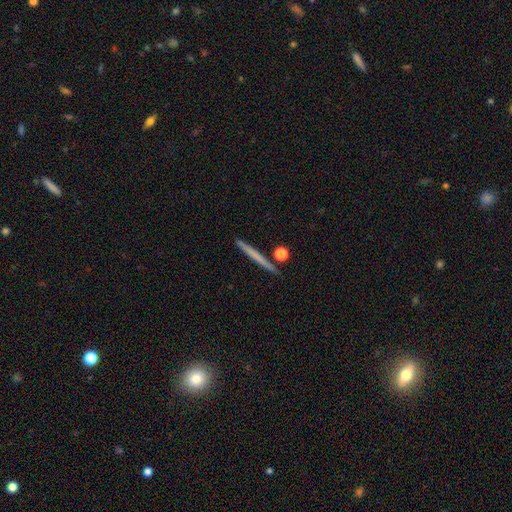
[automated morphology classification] This appears to be a smooth galaxy with no disk features (55%) that is cigar-shaped (95%). Merging: none (88%).